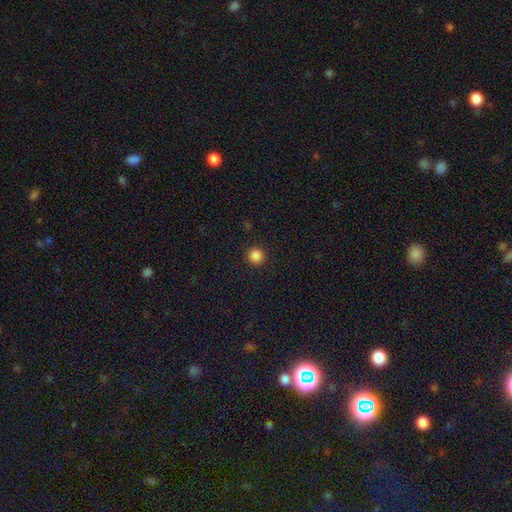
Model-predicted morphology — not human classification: Smooth or featured?
  - smooth: 86% *
  - star or artifact: 11%
  - featured or disk: 3%
How rounded?
  - round: 94% *
  - in between: 5%
  - cigar-shaped: 1%
Merging?
  - none: 92% *
  - minor disturbance: 5%
  - major disturbance: 2%
  - merger: 1%